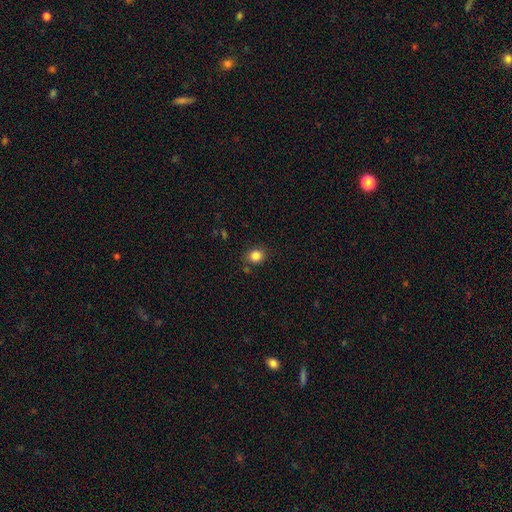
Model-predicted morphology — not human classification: Smooth or featured? smooth (84%)
How rounded? round (69%)
Merging? none (81%)